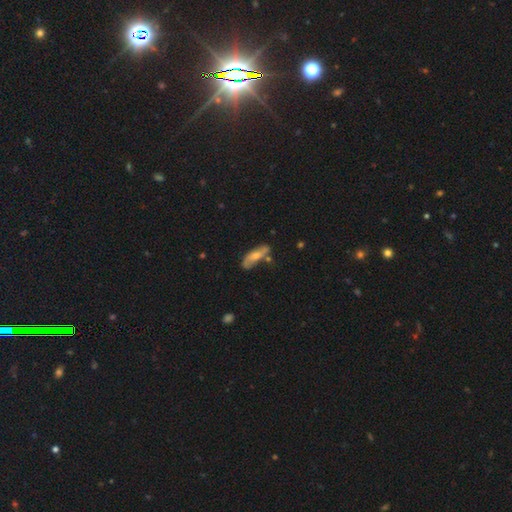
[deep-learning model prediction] Smooth or featured? Predicted: smooth (p=0.47). Merging? Predicted: none (p=0.58).